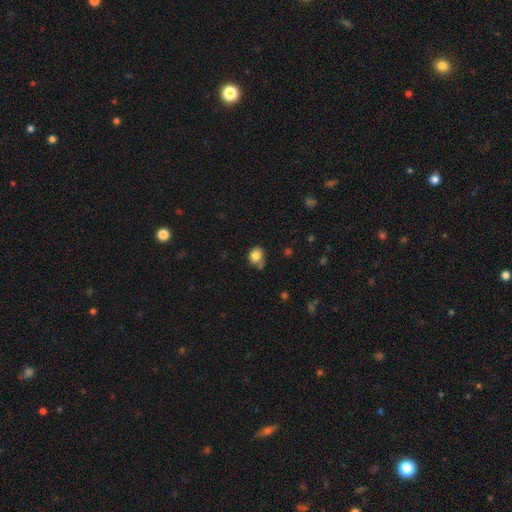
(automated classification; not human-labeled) Smooth or featured?
  - smooth: 83% *
  - star or artifact: 10%
  - featured or disk: 7%
How rounded?
  - round: 62% *
  - in between: 37%
  - cigar-shaped: 1%
Merging?
  - none: 62% *
  - minor disturbance: 24%
  - merger: 9%
  - major disturbance: 6%